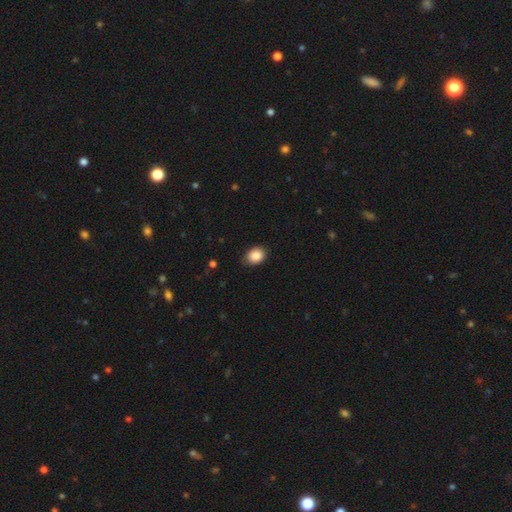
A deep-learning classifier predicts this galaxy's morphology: Q: Smooth or featured?
A: smooth (88%); runner-up: star or artifact (8%)
Q: How rounded?
A: in between (56%); runner-up: round (43%)
Q: Merging?
A: none (81%); runner-up: minor disturbance (16%)